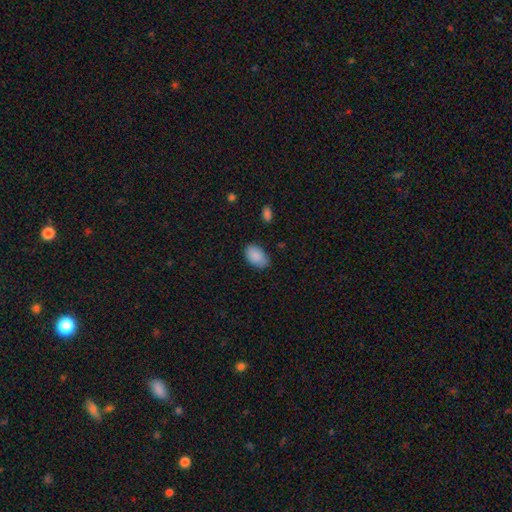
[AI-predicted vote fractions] Smooth or featured?
  - smooth: 89% *
  - star or artifact: 7%
  - featured or disk: 5%
How rounded?
  - in between: 91% *
  - round: 7%
  - cigar-shaped: 1%
Merging?
  - none: 78% *
  - minor disturbance: 17%
  - major disturbance: 3%
  - merger: 2%